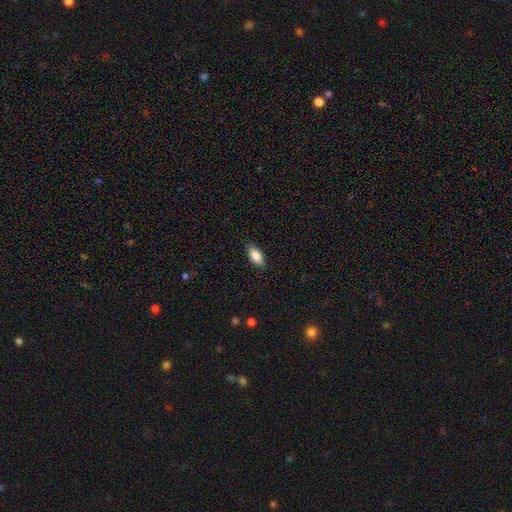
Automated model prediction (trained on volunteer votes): Morphology: type=smooth (88%); roundness=in between (89%); merging=none (85%).